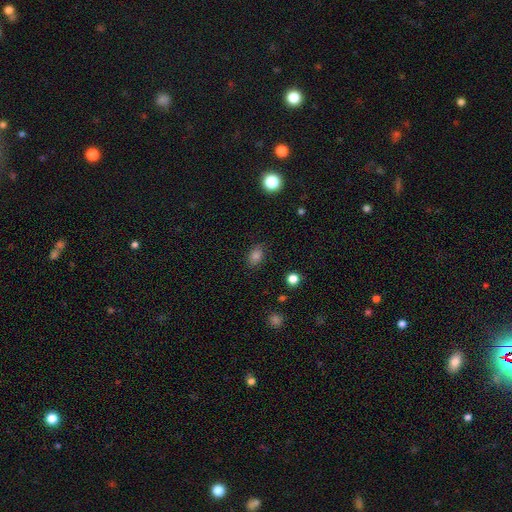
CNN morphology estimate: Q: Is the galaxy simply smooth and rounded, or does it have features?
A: smooth — 80%.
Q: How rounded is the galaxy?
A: in between — 72%.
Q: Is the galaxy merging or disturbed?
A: none — 82%.